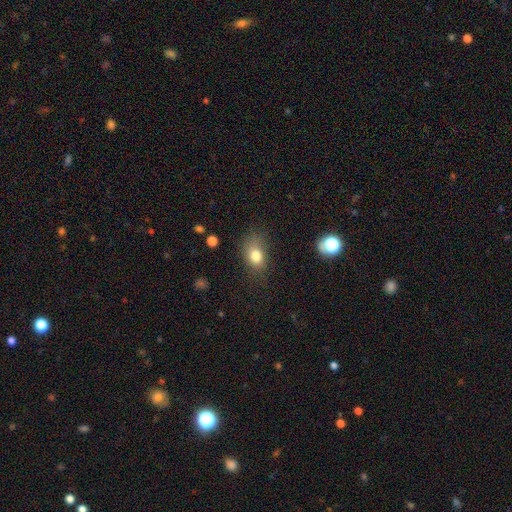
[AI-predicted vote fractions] smooth 80%, star or artifact 11%, featured or disk 10%. Down the decision tree: how rounded — in between (75%); merging — none (61%).